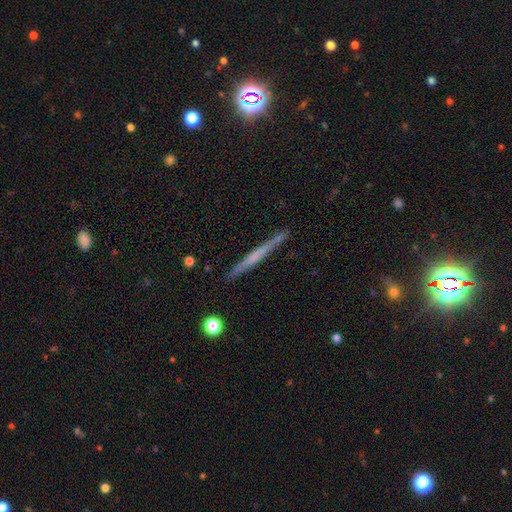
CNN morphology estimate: This appears to be a featured or disk galaxy (58%) viewed edge-on (97%) with no central bulge (75%). Merging: none (90%).